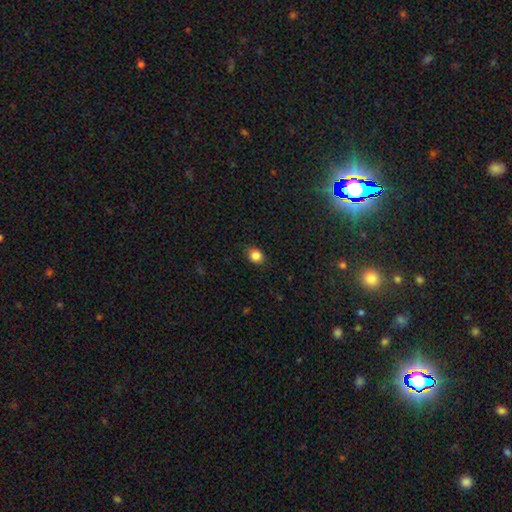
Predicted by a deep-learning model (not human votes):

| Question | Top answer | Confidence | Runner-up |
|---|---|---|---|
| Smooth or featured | smooth | 85% | star or artifact (11%) |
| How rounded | round | 62% | in between (37%) |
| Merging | none | 86% | minor disturbance (11%) |